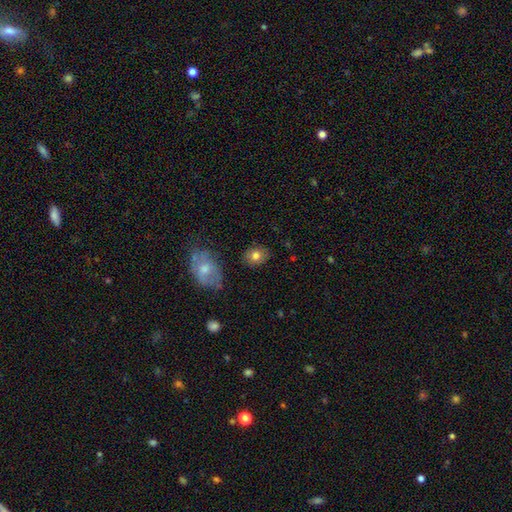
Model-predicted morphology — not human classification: Overall: smooth (78%). How rounded: round (56%; in between 43%). Merging: none (83%).